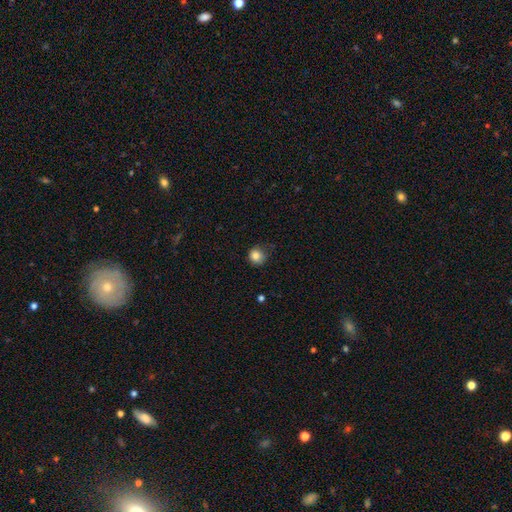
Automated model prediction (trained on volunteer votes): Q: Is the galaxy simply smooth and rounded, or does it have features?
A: smooth — 83%.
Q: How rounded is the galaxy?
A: round — 86%.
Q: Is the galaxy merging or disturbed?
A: none — 70%.